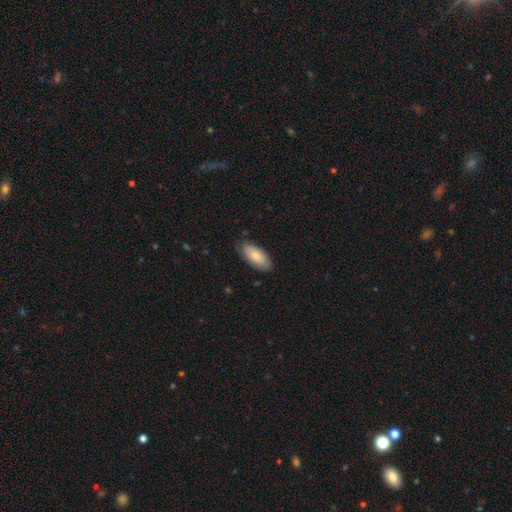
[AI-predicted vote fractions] Smooth or featured: smooth — 80% (featured or disk — 14%)
How rounded: in between — 88% (cigar-shaped — 10%)
Merging: none — 79% (minor disturbance — 18%)